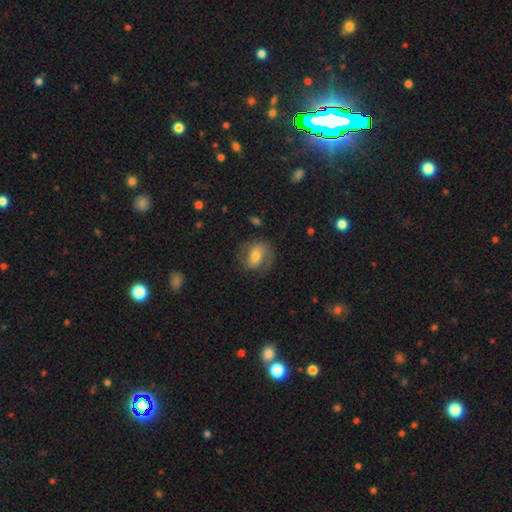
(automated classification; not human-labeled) A featured or disk galaxy (49%). Merging: none (66%).